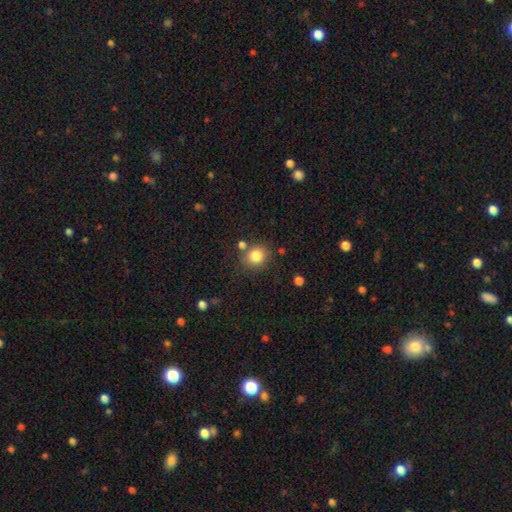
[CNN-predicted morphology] type=smooth (82%); roundness=round (82%); merging=none (77%).